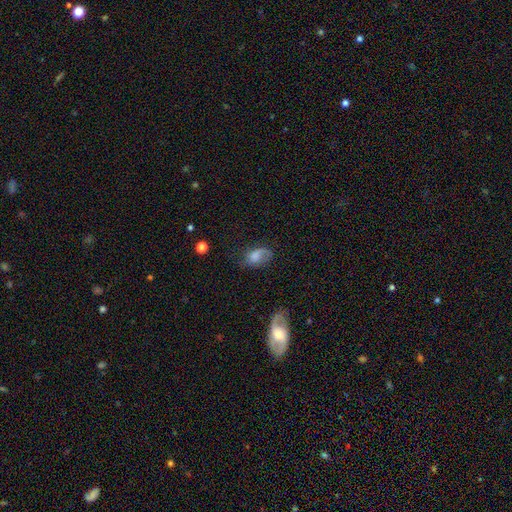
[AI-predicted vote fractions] This appears to be a smooth galaxy with no disk features (62%) that is in between round and cigar-shaped (85%). Merging: none (41%).